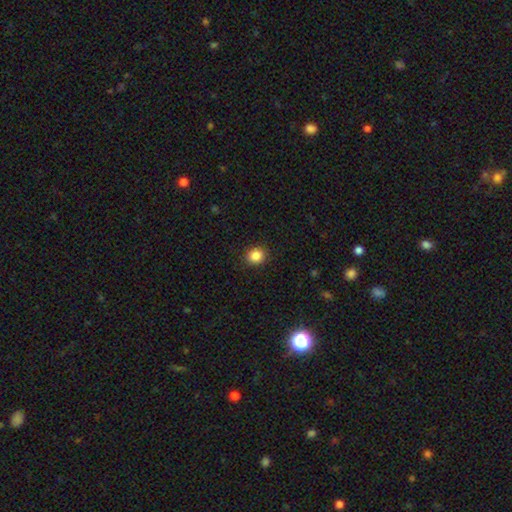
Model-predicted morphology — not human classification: A smooth galaxy with no disk features (86%) that is round (79%). Merging: none (90%).